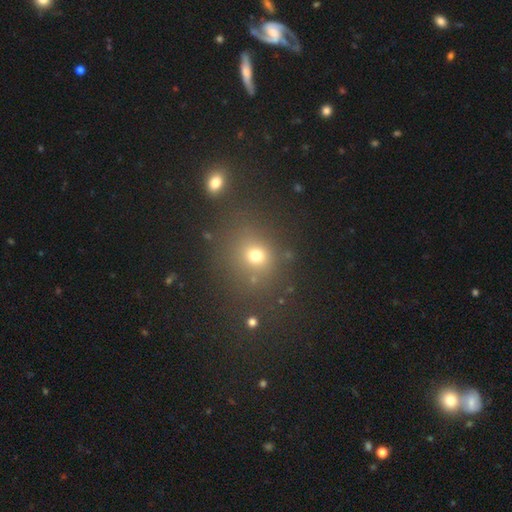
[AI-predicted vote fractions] This is likely a smooth galaxy (68%). How rounded: likely round (73%). Merging: likely none (74%).